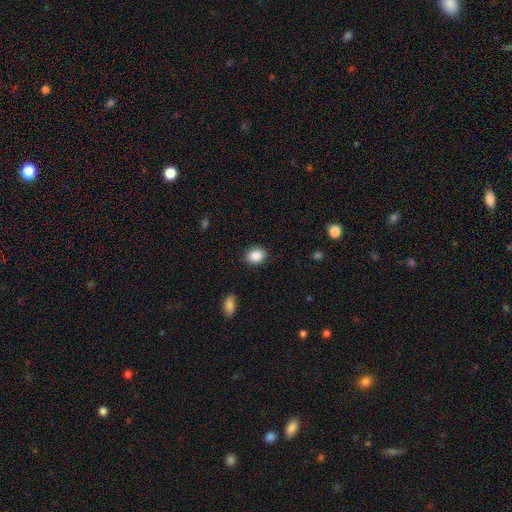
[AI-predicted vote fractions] The model was most divided on "how rounded": in between: 53%, round: 46%, cigar-shaped: 1%. More confident: merging — none (88%); smooth or featured — smooth (88%).